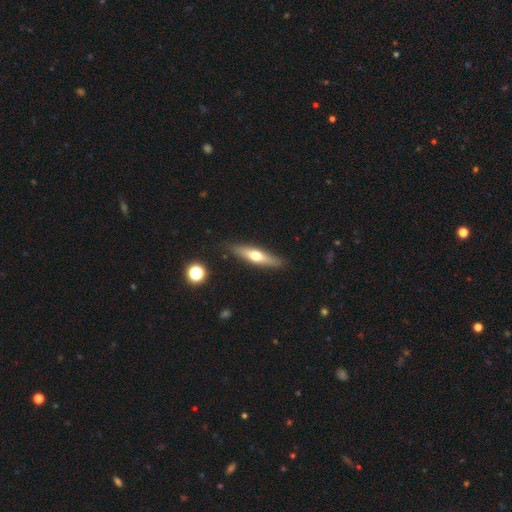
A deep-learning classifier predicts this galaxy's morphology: smooth 48%, featured or disk 46%, star or artifact 6%. Down the decision tree: merging — none (86%).